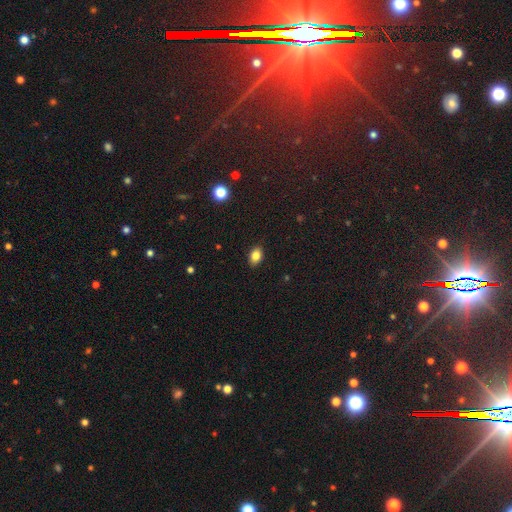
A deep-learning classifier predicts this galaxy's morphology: smooth_or_featured: smooth (p=0.83) [alt: star or artifact p=0.10]
how_rounded: in between (p=0.82) [alt: round p=0.16]
merging: none (p=0.88) [alt: minor disturbance p=0.09]